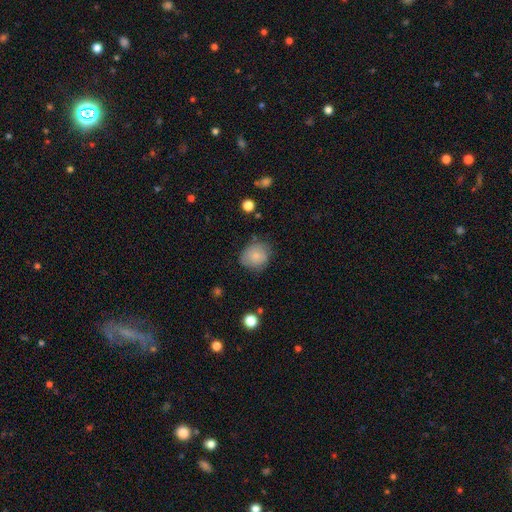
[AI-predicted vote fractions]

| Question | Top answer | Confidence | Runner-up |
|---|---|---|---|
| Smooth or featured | smooth | 79% | featured or disk (13%) |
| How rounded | round | 70% | in between (29%) |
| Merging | none | 67% | minor disturbance (25%) |